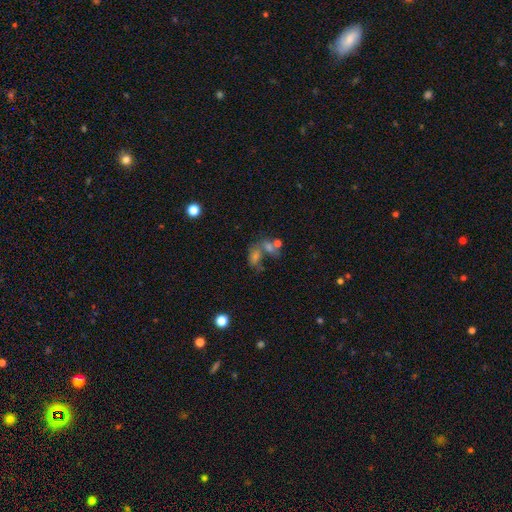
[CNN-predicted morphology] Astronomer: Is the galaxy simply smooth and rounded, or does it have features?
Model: smooth — 42% (runner-up: featured or disk, 32%).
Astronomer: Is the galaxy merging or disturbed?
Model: merger — 48% (runner-up: none, 26%).